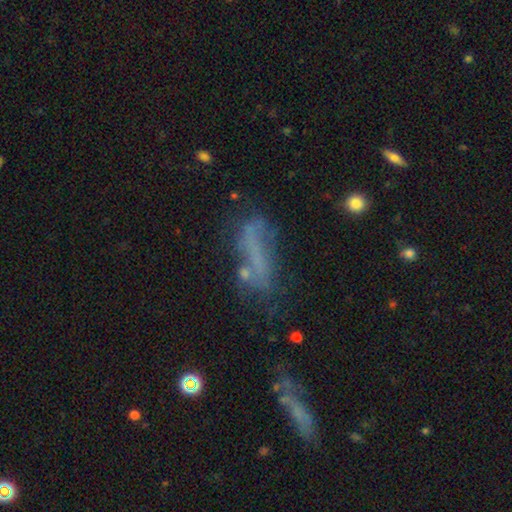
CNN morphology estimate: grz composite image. It shows a smooth galaxy with no disk features (45%). Merging: none (39%).